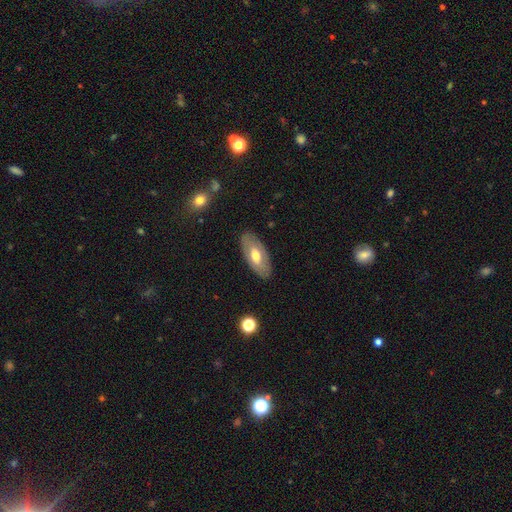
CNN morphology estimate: Q: Smooth or featured?
A: smooth (51%); runner-up: featured or disk (44%)
Q: How rounded?
A: in between (89%); runner-up: cigar-shaped (8%)
Q: Merging?
A: none (86%); runner-up: minor disturbance (11%)